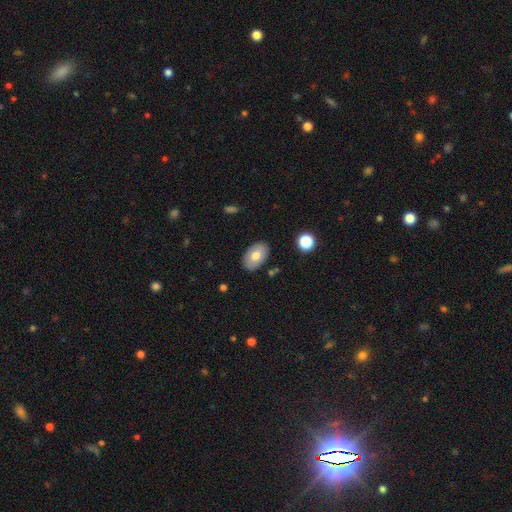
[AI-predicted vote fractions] smooth 71%, featured or disk 22%, star or artifact 7%. Down the decision tree: how rounded — in between (91%); merging — none (85%).